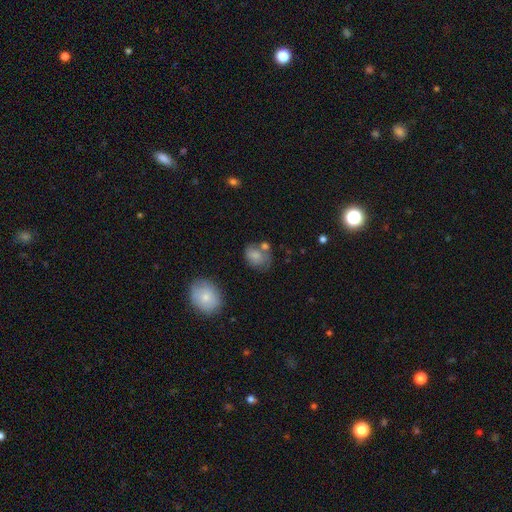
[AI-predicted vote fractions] Smooth or featured? smooth (72%)
How rounded? in between (54%)
Merging? none (47%)